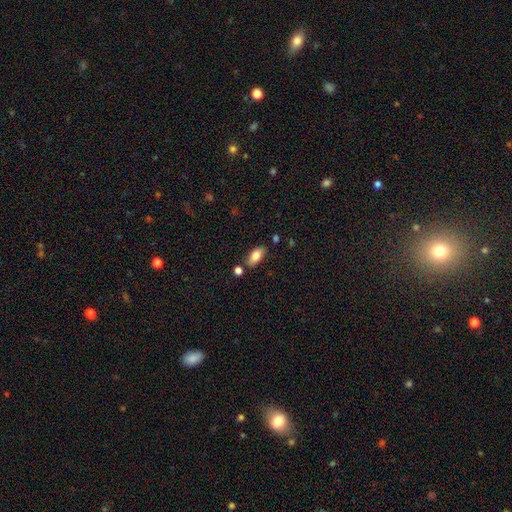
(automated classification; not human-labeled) smooth-or-featured: smooth: 82% | featured or disk: 11% | star or artifact: 7%
  how-rounded: in between: 89% | cigar-shaped: 8% | round: 3%
  merging: none: 76% | minor disturbance: 14% | merger: 7% | major disturbance: 3%